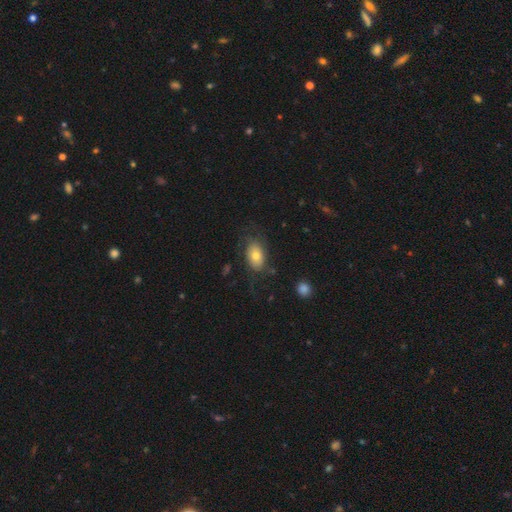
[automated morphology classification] This is likely a smooth galaxy (65%). How rounded: clearly in between (86%). Merging: likely none (62%).